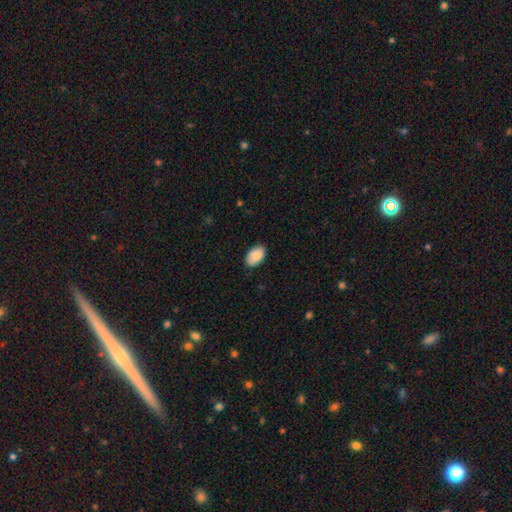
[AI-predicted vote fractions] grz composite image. It shows a smooth galaxy with no disk features (89%) that is in between round and cigar-shaped (94%). Merging: none (86%).